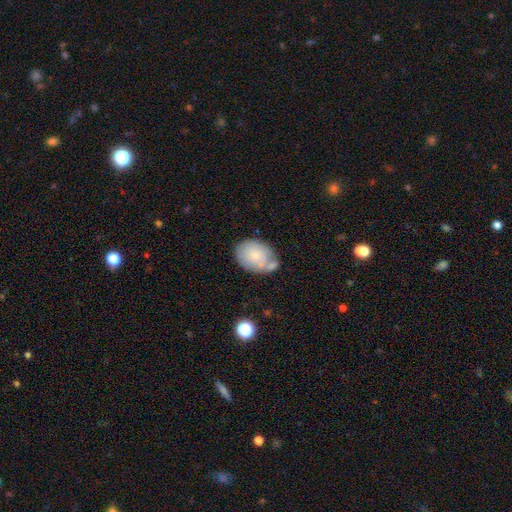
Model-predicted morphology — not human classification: smooth 73%, featured or disk 20%, star or artifact 7%. Down the decision tree: how rounded — in between (76%); merging — none (52%).